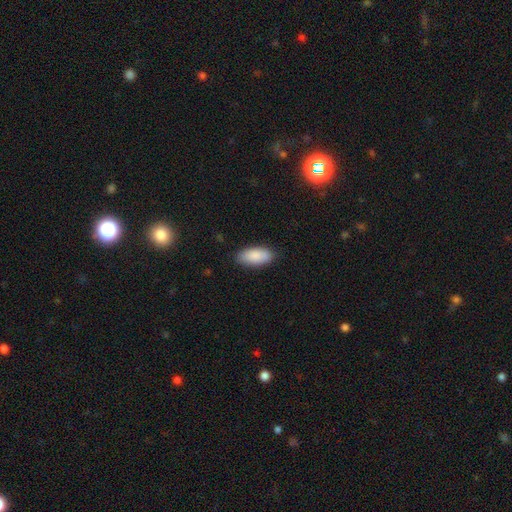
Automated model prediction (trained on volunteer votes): Morphology: type=smooth (88%); roundness=in between (91%); merging=none (86%).